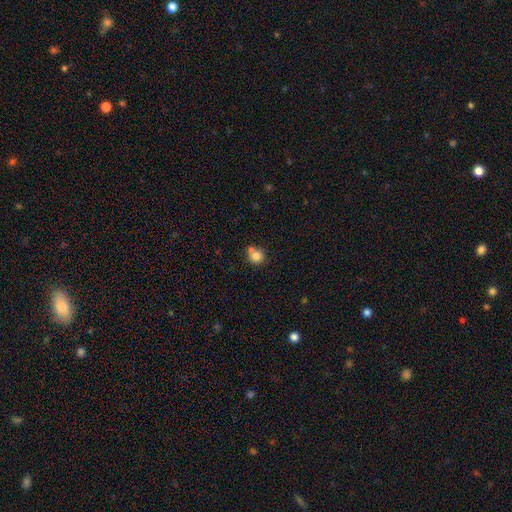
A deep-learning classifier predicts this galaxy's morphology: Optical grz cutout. It shows a smooth galaxy with no disk features (82%) that is round (87%). Merging: none (54%).